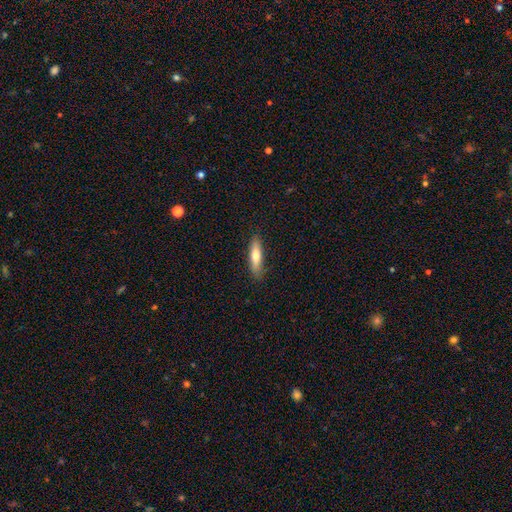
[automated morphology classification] smooth-or-featured: smooth: 71% | featured or disk: 23% | star or artifact: 6%
  how-rounded: cigar-shaped: 68% | in between: 30% | round: 2%
  merging: none: 82% | minor disturbance: 14% | major disturbance: 3% | merger: 1%